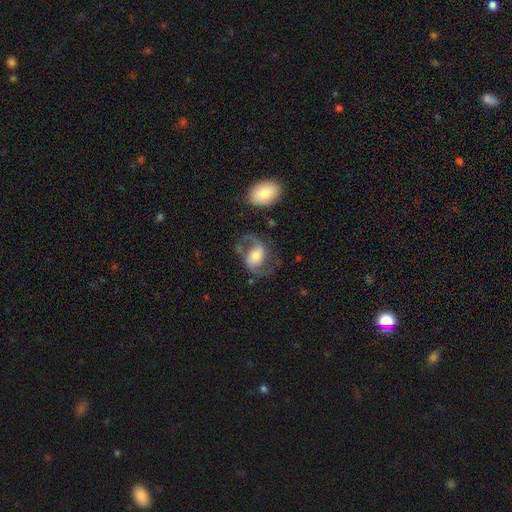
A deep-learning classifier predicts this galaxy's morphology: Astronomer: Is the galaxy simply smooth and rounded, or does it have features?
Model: featured or disk — 80%.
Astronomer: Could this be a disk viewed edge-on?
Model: no — 98%.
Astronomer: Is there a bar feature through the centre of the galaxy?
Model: no — 41% (runner-up: weak, 37%).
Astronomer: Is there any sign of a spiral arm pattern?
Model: yes — 95%.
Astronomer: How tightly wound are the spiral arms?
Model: medium — 47% (runner-up: loose, 45%).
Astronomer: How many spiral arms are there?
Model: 2 — 92%.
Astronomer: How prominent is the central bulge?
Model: moderate — 46% (runner-up: small, 27%).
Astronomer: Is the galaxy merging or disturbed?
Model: none — 60%.